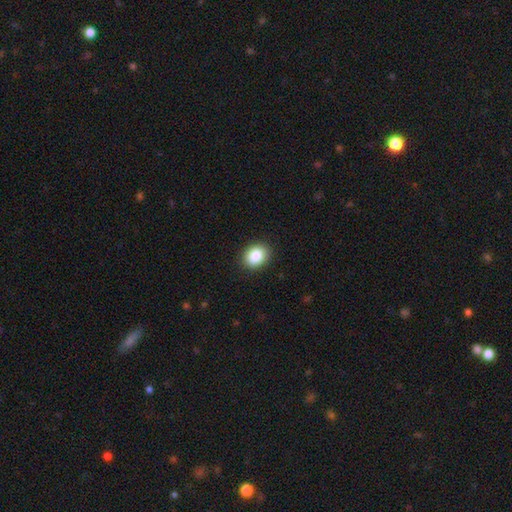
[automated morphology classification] This is clearly a smooth galaxy (86%). How rounded: possibly round (50%). Merging: clearly none (90%).